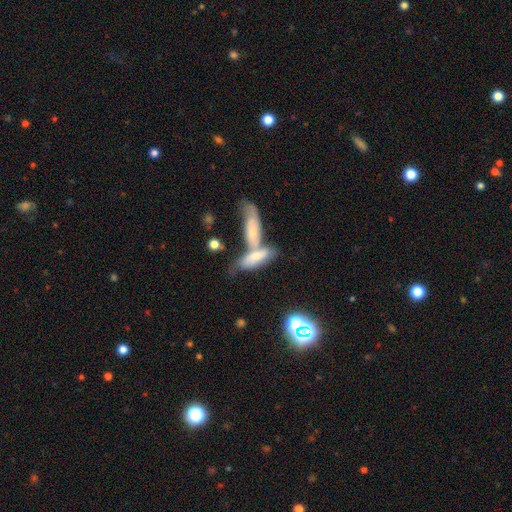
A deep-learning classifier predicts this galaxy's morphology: smooth_or_featured: smooth (p=0.63) [alt: featured or disk p=0.31]
how_rounded: in between (p=0.56) [alt: cigar-shaped p=0.41]
merging: merger (p=0.61) [alt: none p=0.24]